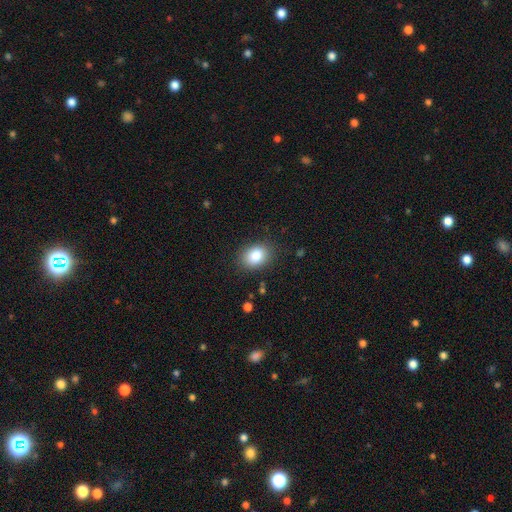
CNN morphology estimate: A smooth galaxy with no disk features (85%) that is in between round and cigar-shaped (71%). Merging: none (84%).